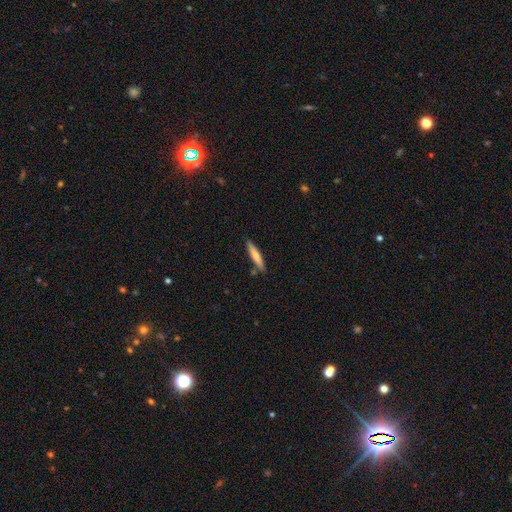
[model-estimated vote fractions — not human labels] smooth-or-featured: smooth: 70% | featured or disk: 24% | star or artifact: 5%
  how-rounded: cigar-shaped: 91% | in between: 8% | round: 1%
  merging: none: 85% | minor disturbance: 10% | merger: 4% | major disturbance: 2%